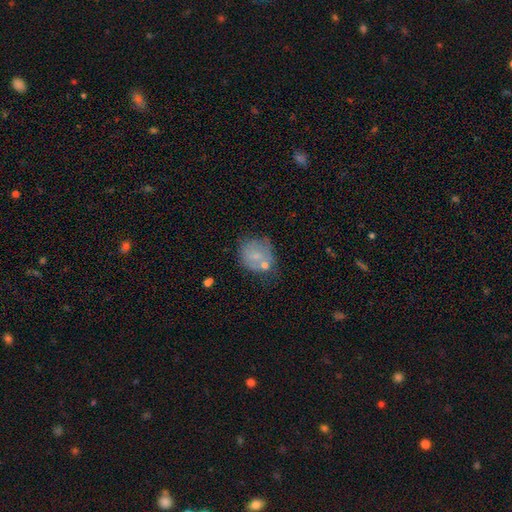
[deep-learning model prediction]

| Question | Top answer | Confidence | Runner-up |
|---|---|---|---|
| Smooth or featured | smooth | 61% | featured or disk (29%) |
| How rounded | round | 80% | in between (19%) |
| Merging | none | 50% | minor disturbance (22%) |